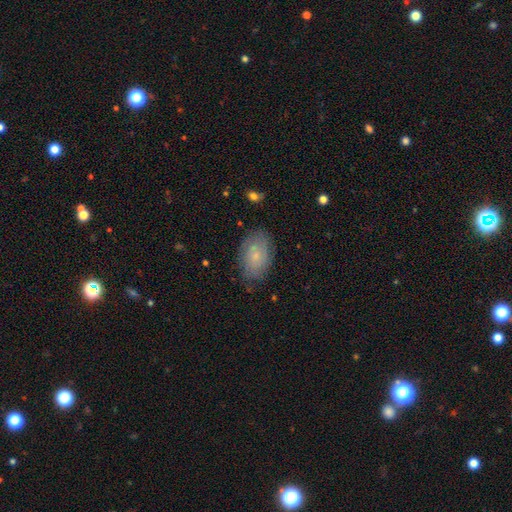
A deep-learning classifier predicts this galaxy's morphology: smooth-or-featured: smooth: 51% | featured or disk: 40% | star or artifact: 9%
  how-rounded: in between: 88% | round: 10% | cigar-shaped: 2%
  merging: none: 76% | minor disturbance: 18% | major disturbance: 5% | merger: 1%